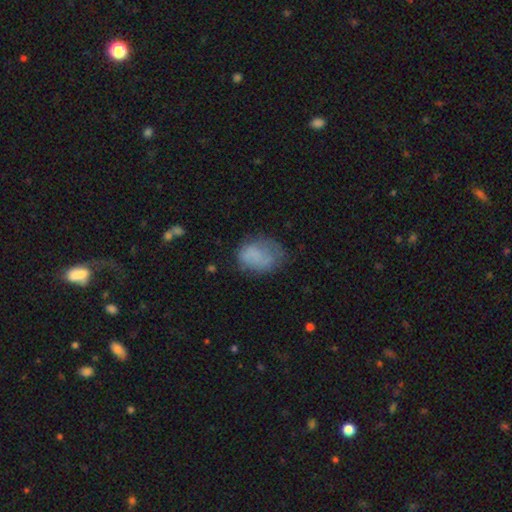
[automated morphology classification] Smooth or featured? smooth (69%)
How rounded? in between (71%)
Merging? none (41%)